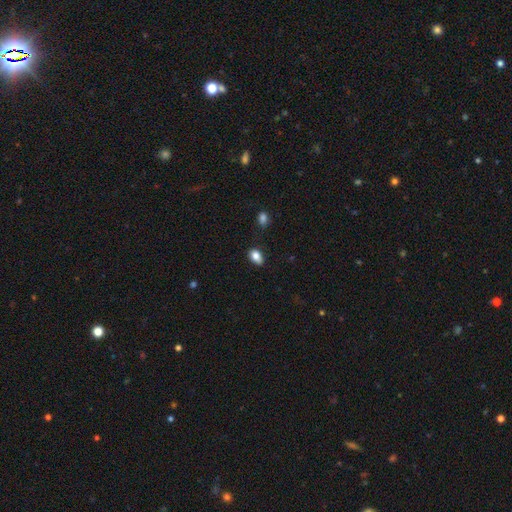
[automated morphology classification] The model was most divided on "merging": none: 74%, minor disturbance: 20%, major disturbance: 4%, merger: 2%. More confident: how rounded — in between (85%); smooth or featured — smooth (82%).